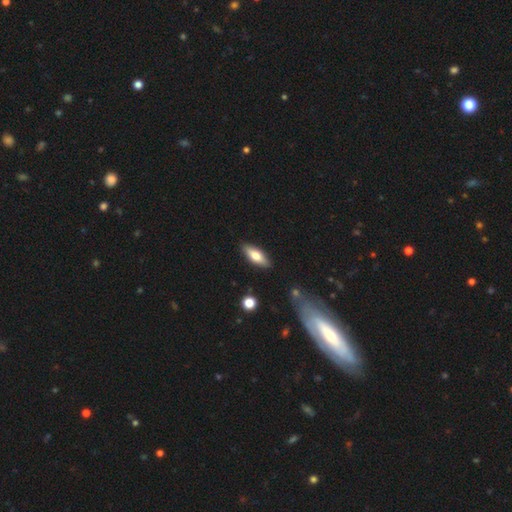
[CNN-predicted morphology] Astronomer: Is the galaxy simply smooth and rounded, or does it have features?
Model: smooth — 66%.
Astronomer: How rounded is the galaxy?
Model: in between — 67%.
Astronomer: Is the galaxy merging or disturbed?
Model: none — 87%.